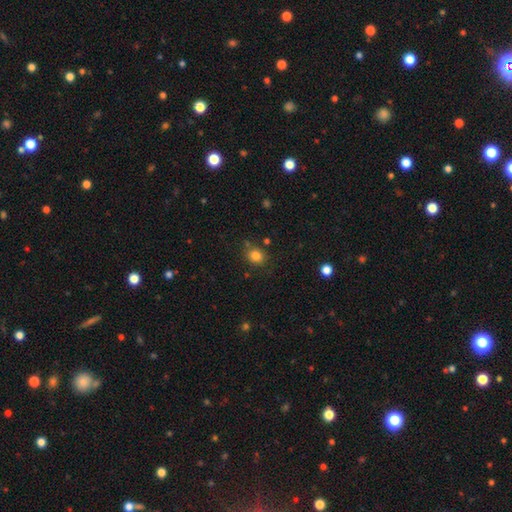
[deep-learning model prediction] A smooth galaxy with no disk features (82%) that is round (71%).

Vote fractions:
- Smooth or featured? smooth: 82% / star or artifact: 12% / featured or disk: 6%
- How rounded? round: 71% / in between: 29% / cigar-shaped: 1%
- Merging? none: 78% / minor disturbance: 13% / merger: 5% / major disturbance: 4%